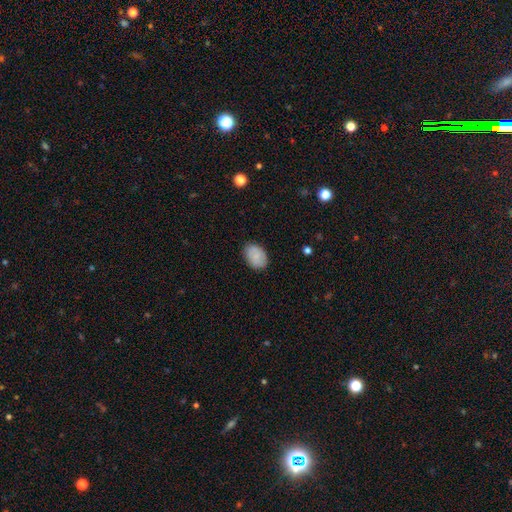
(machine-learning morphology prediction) Q: Smooth or featured?
A: smooth (81%); runner-up: featured or disk (12%)
Q: How rounded?
A: in between (83%); runner-up: round (16%)
Q: Merging?
A: none (83%); runner-up: minor disturbance (14%)